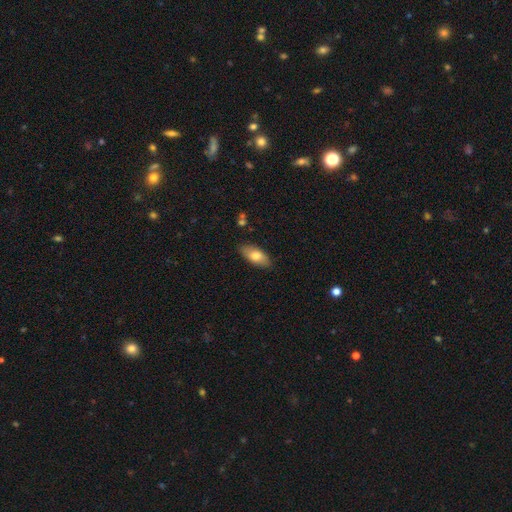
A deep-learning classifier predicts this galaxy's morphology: This appears to be a smooth galaxy with no disk features (75%) that is in between round and cigar-shaped (86%). Merging: none (85%).